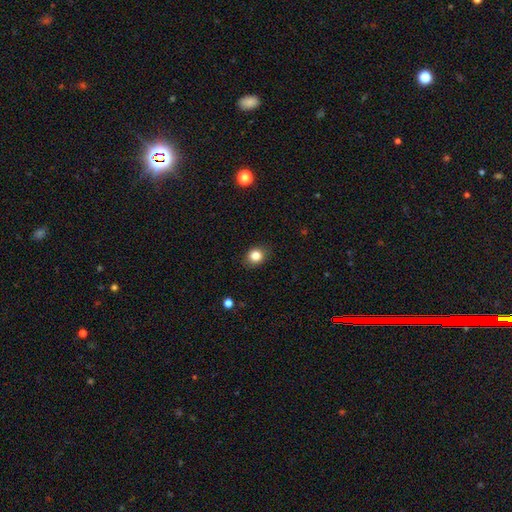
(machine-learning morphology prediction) Smooth or featured? Predicted: smooth (p=0.83). How rounded? Predicted: round (p=0.71). Merging? Predicted: none (p=0.85).